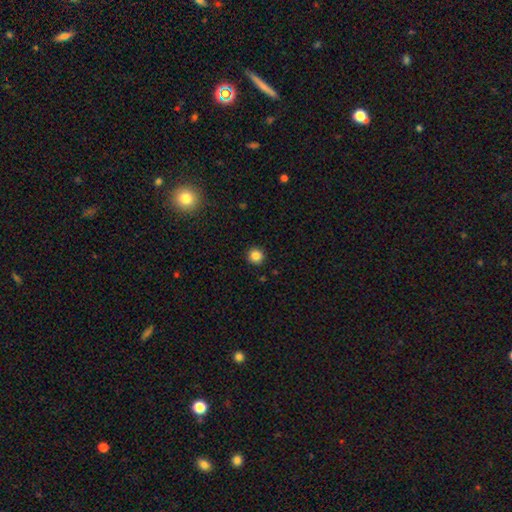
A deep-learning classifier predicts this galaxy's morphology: smooth_or_featured: smooth (p=0.85) [alt: star or artifact p=0.11]
how_rounded: round (p=0.95) [alt: in between p=0.04]
merging: none (p=0.93) [alt: minor disturbance p=0.05]